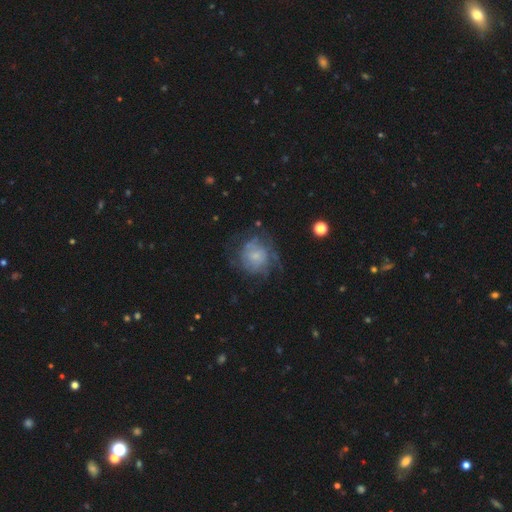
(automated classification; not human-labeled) Morphology: type=featured or disk (53%); edge-on=no (97%); bar=no (78%); spiral arms=yes (64%); bulge=small (55%); merging=none (58%).